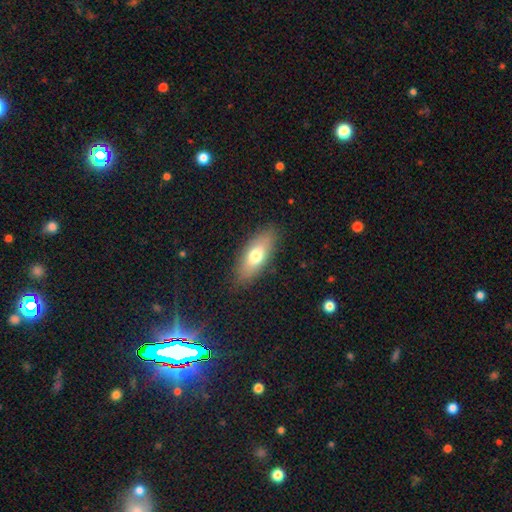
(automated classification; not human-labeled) Smooth or featured: smooth — 70% (featured or disk — 23%)
How rounded: in between — 76% (cigar-shaped — 20%)
Merging: none — 85% (minor disturbance — 11%)